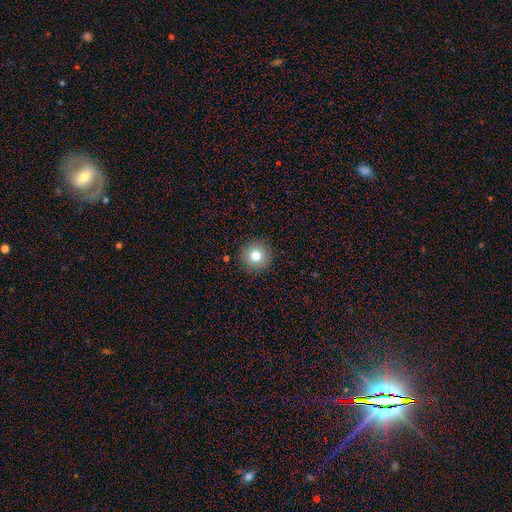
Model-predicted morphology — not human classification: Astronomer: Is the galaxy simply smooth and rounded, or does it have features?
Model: smooth — 79%.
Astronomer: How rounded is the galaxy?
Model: round — 95%.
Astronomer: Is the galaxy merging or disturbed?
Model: none — 91%.